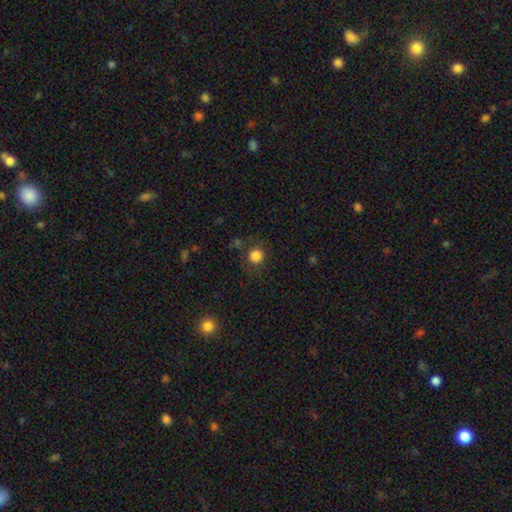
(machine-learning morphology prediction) type=smooth (83%); roundness=round (90%); merging=none (80%).